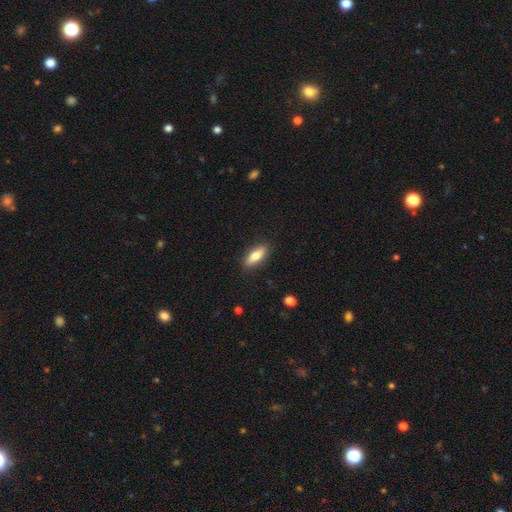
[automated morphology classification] Smooth or featured? Predicted: smooth (p=0.70). How rounded? Predicted: in between (p=0.60). Merging? Predicted: none (p=0.87).